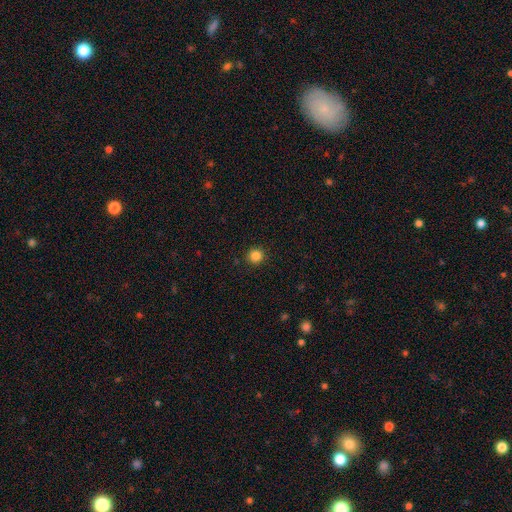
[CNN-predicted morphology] This appears to be a smooth galaxy with no disk features (84%) that is round (94%). Merging: none (92%).